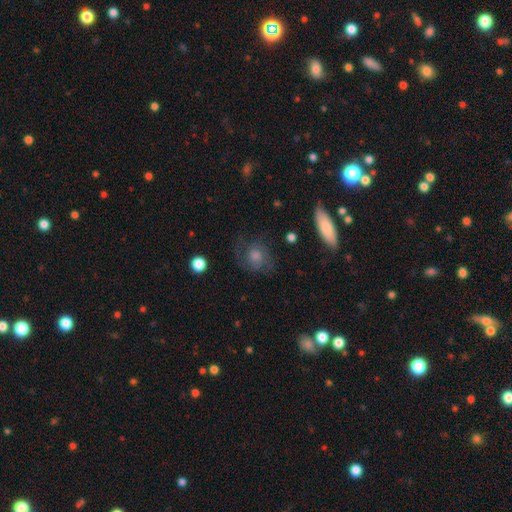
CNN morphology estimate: featured or disk 51%, smooth 35%, star or artifact 14%. Down the decision tree: edge-on disk — no (95%); merging — none (70%).